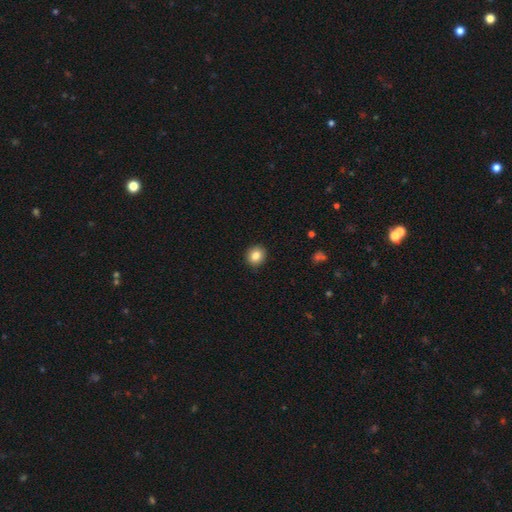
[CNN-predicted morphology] A smooth galaxy with no disk features (84%) that is round (83%). Merging: none (92%).